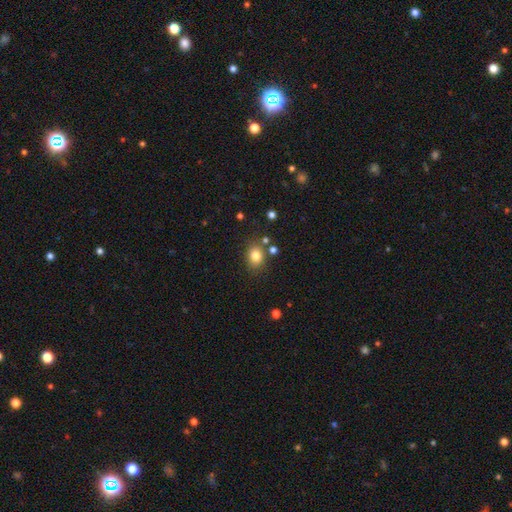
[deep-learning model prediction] This is clearly a smooth galaxy (82%). How rounded: possibly round (54%). Merging: likely none (77%).